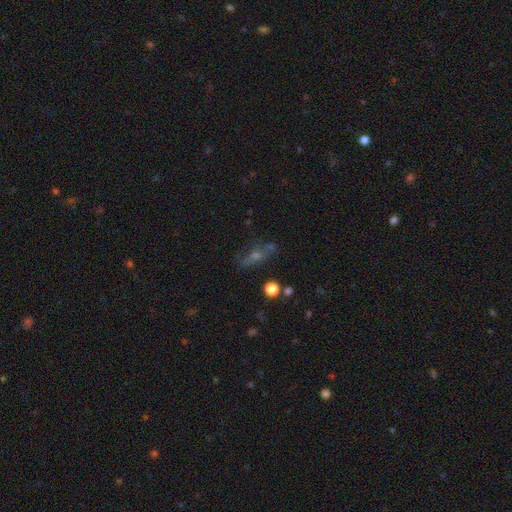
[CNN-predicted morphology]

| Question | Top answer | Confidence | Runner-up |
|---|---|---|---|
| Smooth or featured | featured or disk | 46% | smooth (31%) |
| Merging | none | 65% | minor disturbance (18%) |